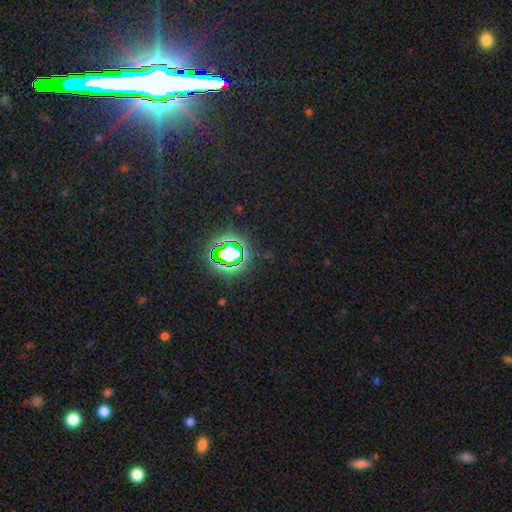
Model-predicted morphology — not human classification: type=star or artifact (82%).